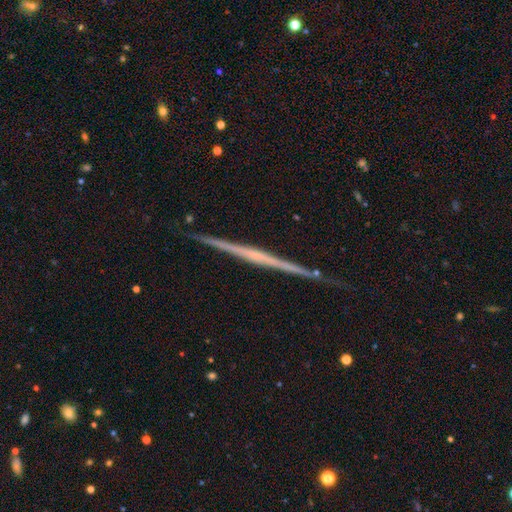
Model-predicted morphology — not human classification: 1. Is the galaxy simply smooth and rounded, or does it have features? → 80% featured or disk, 15% smooth, 6% star or artifact.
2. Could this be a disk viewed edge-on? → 98% yes, 2% no.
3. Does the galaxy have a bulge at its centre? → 65% none, 25% rounded, 10% boxy.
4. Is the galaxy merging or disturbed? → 88% none, 9% minor disturbance, 2% major disturbance, 1% merger.